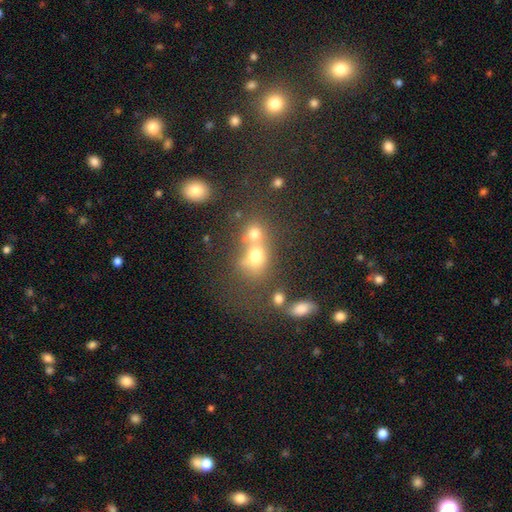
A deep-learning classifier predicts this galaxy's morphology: This is likely a smooth galaxy (67%). How rounded: possibly round (60%). Merging: possibly merger (57%).